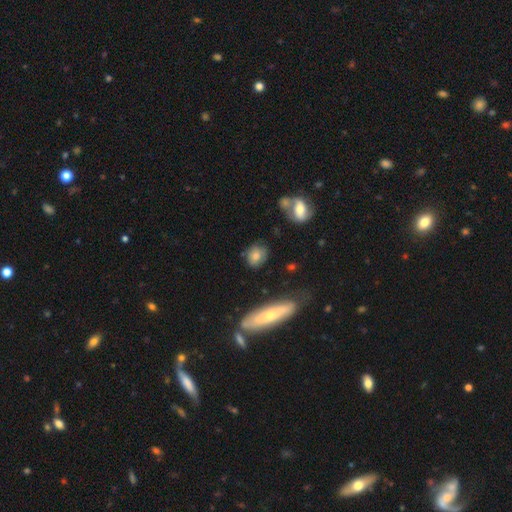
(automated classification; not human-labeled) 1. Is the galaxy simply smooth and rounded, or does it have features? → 71% smooth, 20% featured or disk, 9% star or artifact.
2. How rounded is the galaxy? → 56% round, 41% in between, 3% cigar-shaped.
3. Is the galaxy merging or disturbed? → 71% none, 18% minor disturbance, 6% major disturbance, 4% merger.